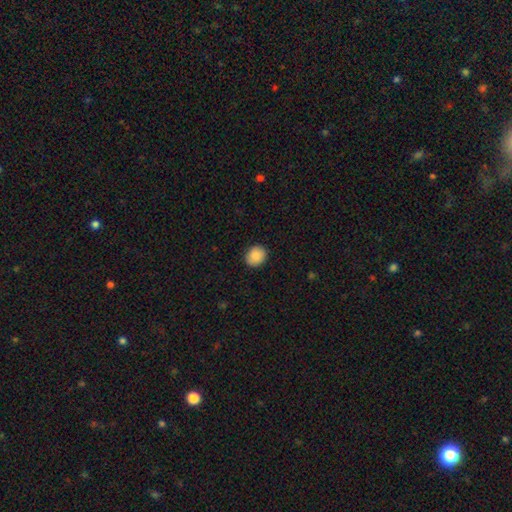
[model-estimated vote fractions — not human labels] Smooth or featured: smooth — 88% (star or artifact — 8%)
How rounded: round — 71% (in between — 28%)
Merging: none — 89% (minor disturbance — 8%)